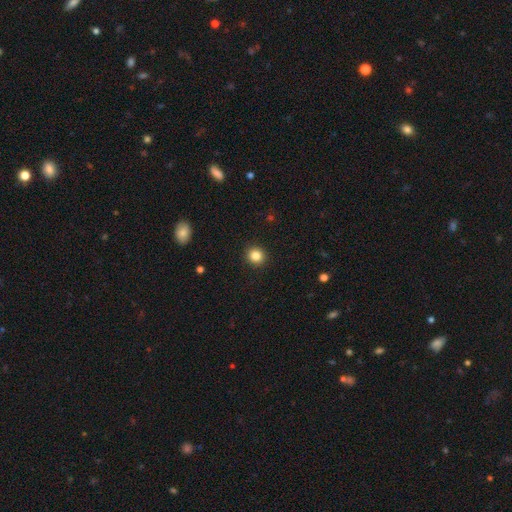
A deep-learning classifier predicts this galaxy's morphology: smooth-or-featured: smooth: 84% | star or artifact: 11% | featured or disk: 5%
  how-rounded: round: 91% | in between: 9% | cigar-shaped: 1%
  merging: none: 92% | minor disturbance: 5% | major disturbance: 2% | merger: 1%